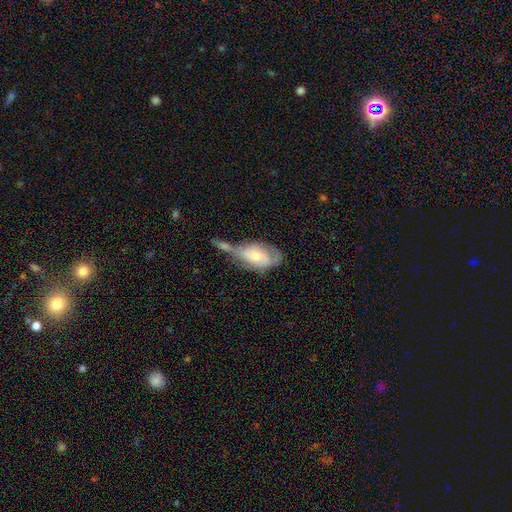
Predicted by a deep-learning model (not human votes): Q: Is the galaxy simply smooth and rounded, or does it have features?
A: featured or disk — 51%.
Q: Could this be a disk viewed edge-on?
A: no — 92%.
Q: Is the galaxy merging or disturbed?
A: merger — 43%.